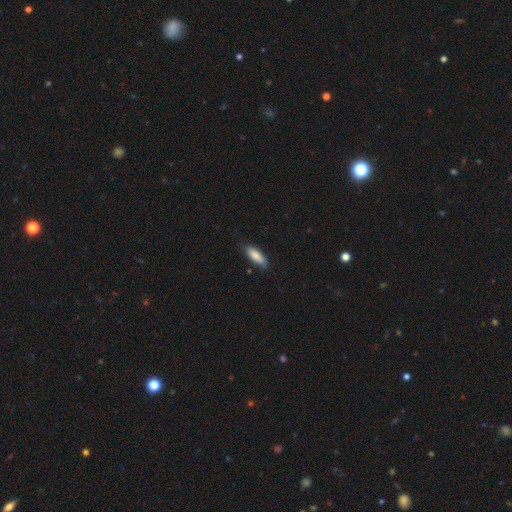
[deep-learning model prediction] This is clearly a smooth galaxy (85%). How rounded: likely in between (62%). Merging: likely none (79%).